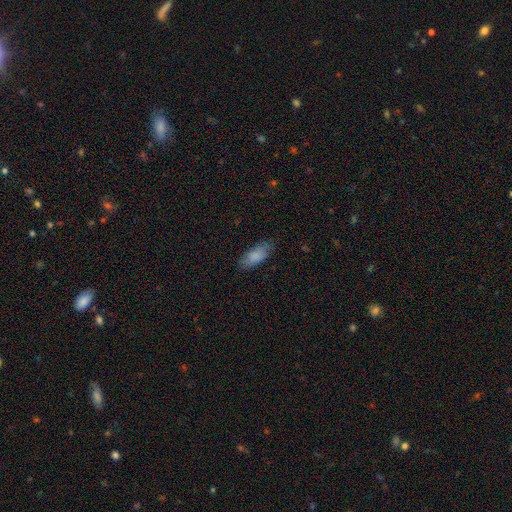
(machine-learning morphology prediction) Smooth or featured: smooth — 85% (featured or disk — 9%)
How rounded: in between — 84% (cigar-shaped — 15%)
Merging: none — 79% (minor disturbance — 16%)